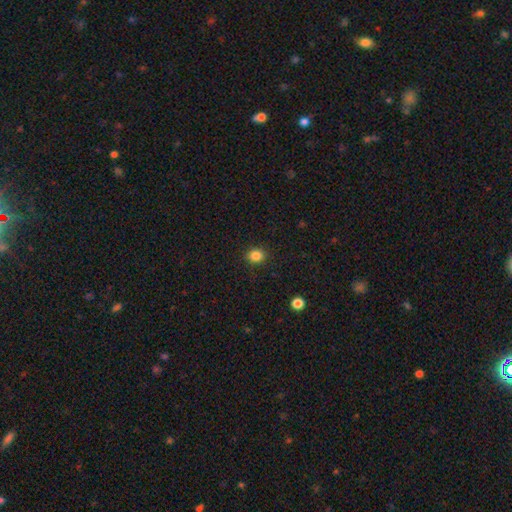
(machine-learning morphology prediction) Overall: smooth (85%). How rounded: round (71%). Merging: none (90%).